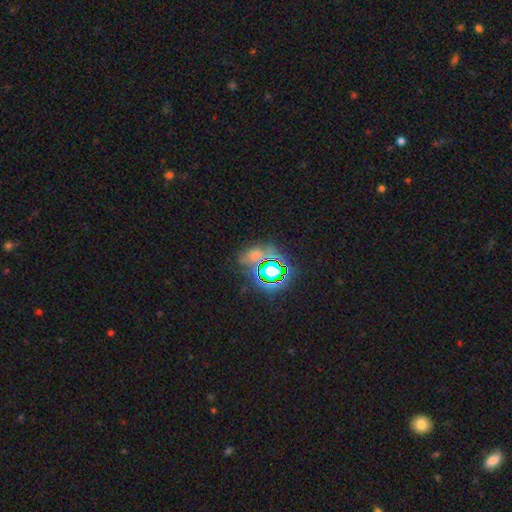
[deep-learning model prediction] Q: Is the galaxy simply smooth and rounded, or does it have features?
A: star or artifact — 54%.